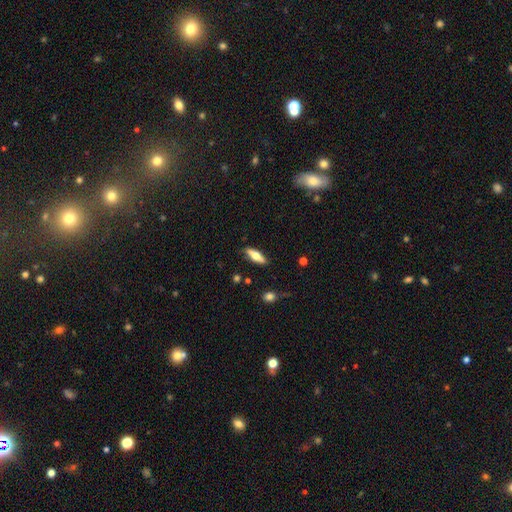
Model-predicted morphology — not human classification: A smooth galaxy with no disk features (61%) that is cigar-shaped (51%). Merging: none (84%).